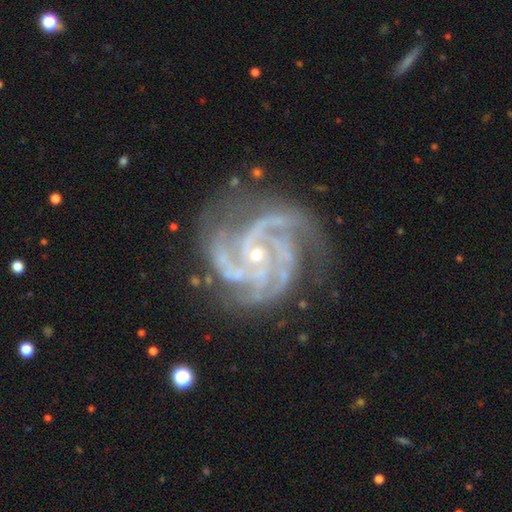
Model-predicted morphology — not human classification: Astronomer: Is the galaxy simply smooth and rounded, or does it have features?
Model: featured or disk — 93%.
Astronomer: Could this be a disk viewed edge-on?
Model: no — 98%.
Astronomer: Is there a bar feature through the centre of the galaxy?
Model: no — 68%.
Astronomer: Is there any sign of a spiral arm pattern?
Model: yes — 99%.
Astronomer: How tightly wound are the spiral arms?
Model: tight — 55% (runner-up: medium, 41%).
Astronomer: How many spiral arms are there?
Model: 3 — 43% (runner-up: 4, 30%).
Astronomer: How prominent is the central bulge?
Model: small — 73%.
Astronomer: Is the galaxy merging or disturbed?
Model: none — 72%.